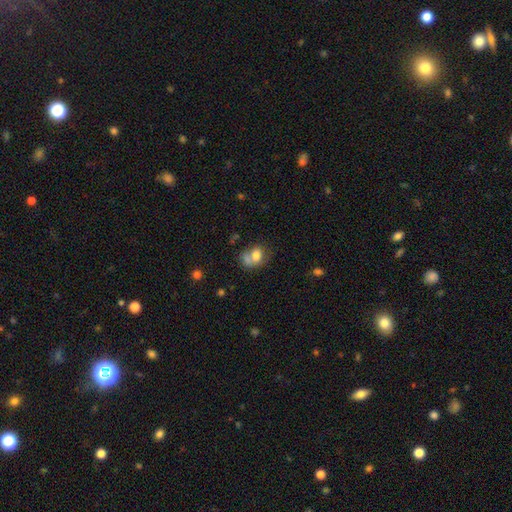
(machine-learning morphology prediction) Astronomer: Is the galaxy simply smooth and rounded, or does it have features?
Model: smooth — 73%.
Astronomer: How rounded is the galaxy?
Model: in between — 60% (runner-up: round, 39%).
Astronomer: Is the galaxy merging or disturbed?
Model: merger — 41% (runner-up: none, 31%).